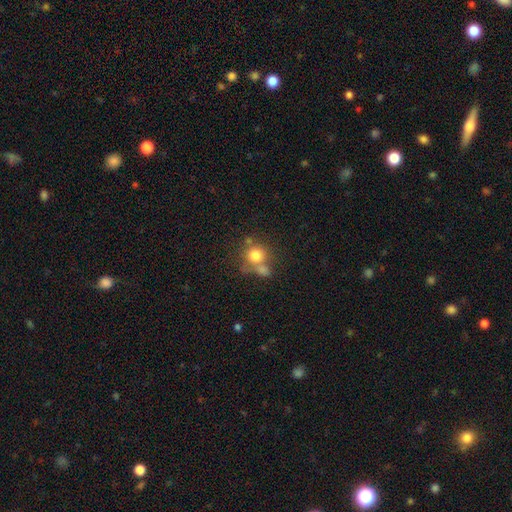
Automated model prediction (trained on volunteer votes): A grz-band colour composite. It shows a smooth galaxy with no disk features (76%) that is round (86%). Merging: none (46%).